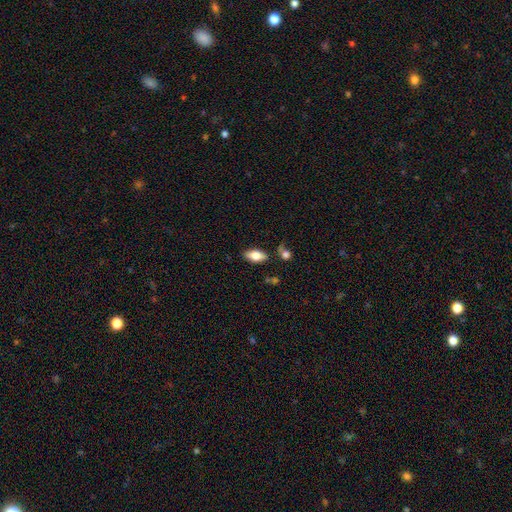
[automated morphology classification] smooth 73%, featured or disk 20%, star or artifact 7%. Down the decision tree: how rounded — in between (88%); merging — none (78%).